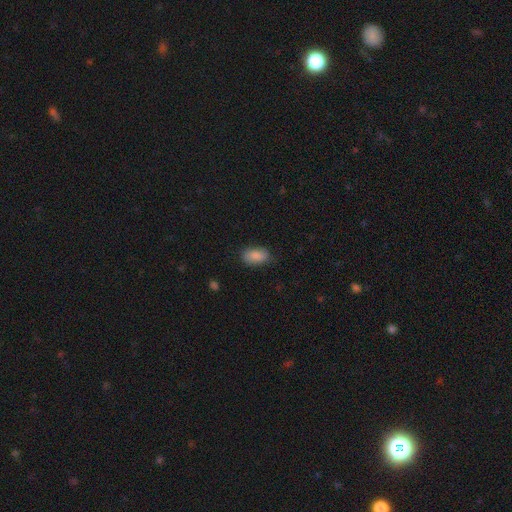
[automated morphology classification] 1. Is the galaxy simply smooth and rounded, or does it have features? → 86% smooth, 7% star or artifact, 7% featured or disk.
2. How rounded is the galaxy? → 92% in between, 5% round, 3% cigar-shaped.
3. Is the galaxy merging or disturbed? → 78% none, 17% minor disturbance, 4% major disturbance, 1% merger.